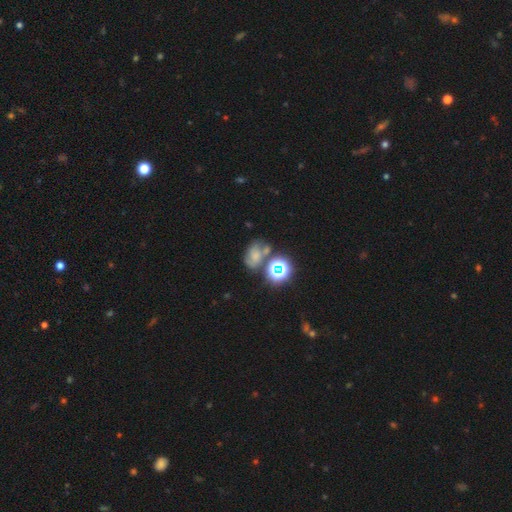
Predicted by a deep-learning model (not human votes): smooth_or_featured: smooth (p=0.39) [alt: featured or disk p=0.36]
merging: none (p=0.44) [alt: merger p=0.23]